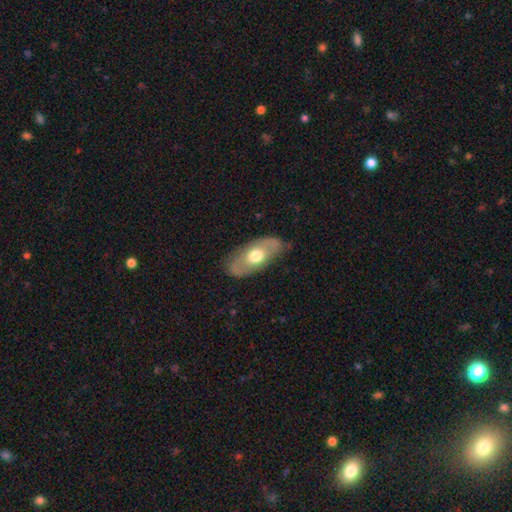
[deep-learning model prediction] A smooth galaxy with no disk features (51%) that is in between round and cigar-shaped (87%).

Vote fractions:
- Smooth or featured? smooth: 51% / featured or disk: 44% / star or artifact: 5%
- How rounded? in between: 87% / cigar-shaped: 8% / round: 5%
- Merging? none: 77% / minor disturbance: 17% / major disturbance: 4% / merger: 1%